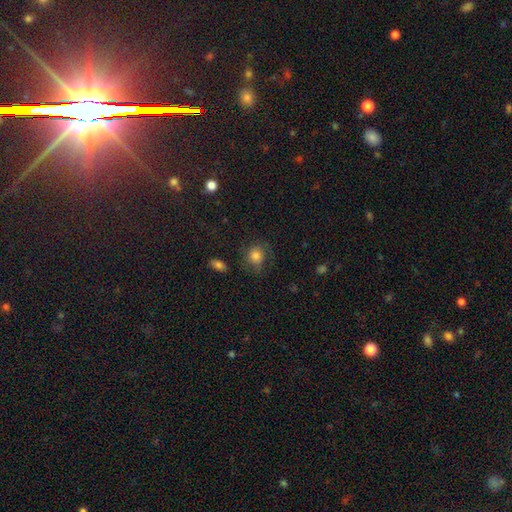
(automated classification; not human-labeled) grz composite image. It shows a smooth galaxy with no disk features (73%) that is round (76%). Merging: none (64%).